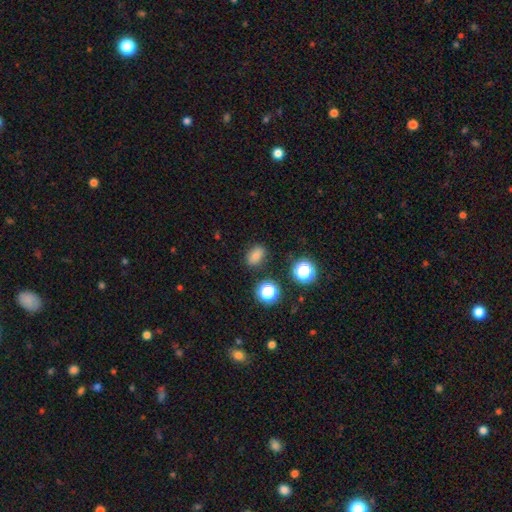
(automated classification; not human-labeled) Smooth or featured? smooth (75%)
How rounded? in between (74%)
Merging? none (83%)